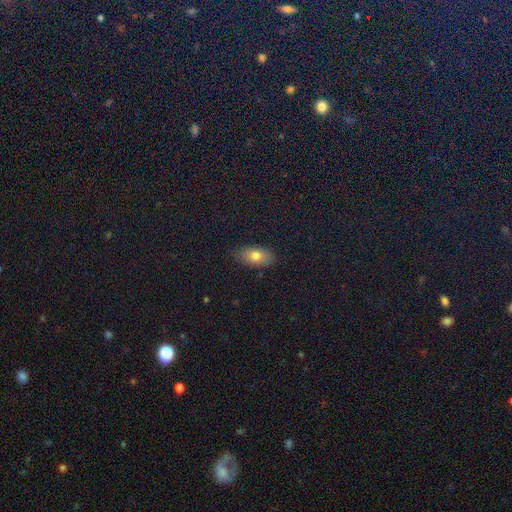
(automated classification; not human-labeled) A smooth galaxy with no disk features (76%) that is in between round and cigar-shaped (88%).

Vote fractions:
- Smooth or featured? smooth: 76% / featured or disk: 15% / star or artifact: 9%
- How rounded? in between: 88% / round: 7% / cigar-shaped: 5%
- Merging? none: 80% / minor disturbance: 16% / major disturbance: 3% / merger: 1%